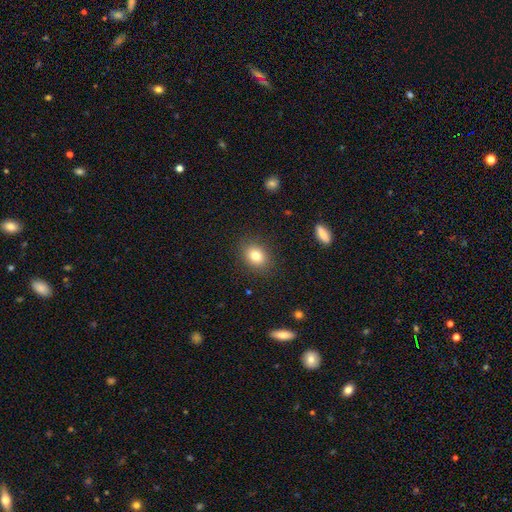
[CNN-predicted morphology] This is clearly a smooth galaxy (80%). How rounded: possibly in between (52%). Merging: clearly none (87%).